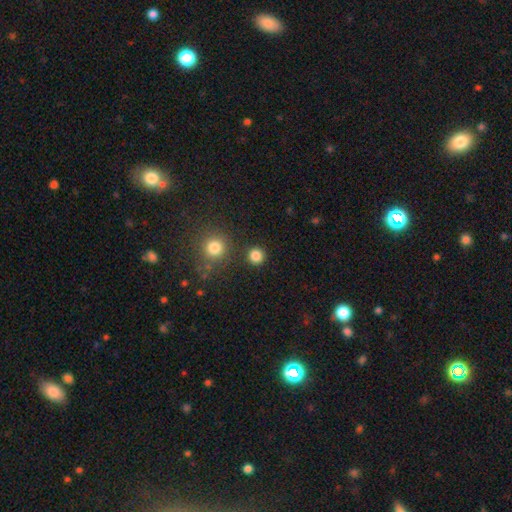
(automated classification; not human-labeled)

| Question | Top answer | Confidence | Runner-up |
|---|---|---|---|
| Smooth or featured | smooth | 83% | star or artifact (13%) |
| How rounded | round | 95% | in between (5%) |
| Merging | none | 88% | minor disturbance (6%) |